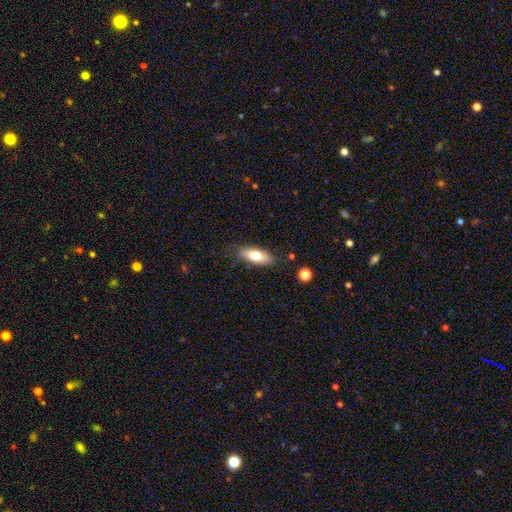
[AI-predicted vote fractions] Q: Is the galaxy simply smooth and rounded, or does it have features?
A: smooth — 74%.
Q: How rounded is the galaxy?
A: in between — 76%.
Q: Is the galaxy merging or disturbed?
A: none — 80%.